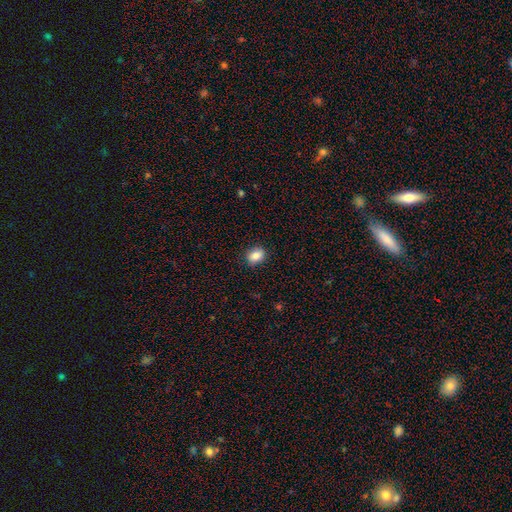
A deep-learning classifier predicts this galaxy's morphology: smooth 84%, star or artifact 9%, featured or disk 7%. Down the decision tree: how rounded — in between (56%); merging — none (88%).